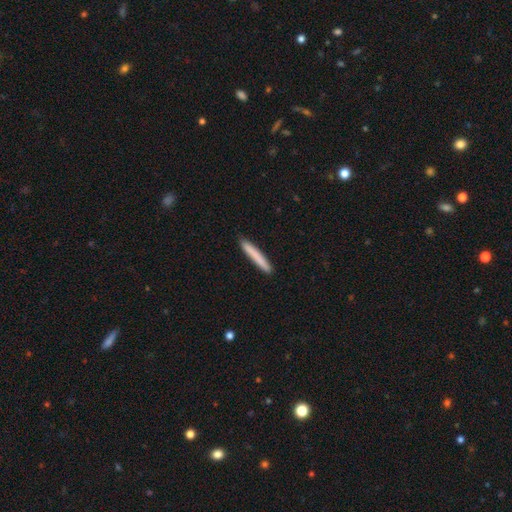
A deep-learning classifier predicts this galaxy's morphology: Smooth or featured: smooth — 78% (featured or disk — 16%)
How rounded: cigar-shaped — 96% (in between — 3%)
Merging: none — 91% (minor disturbance — 6%)